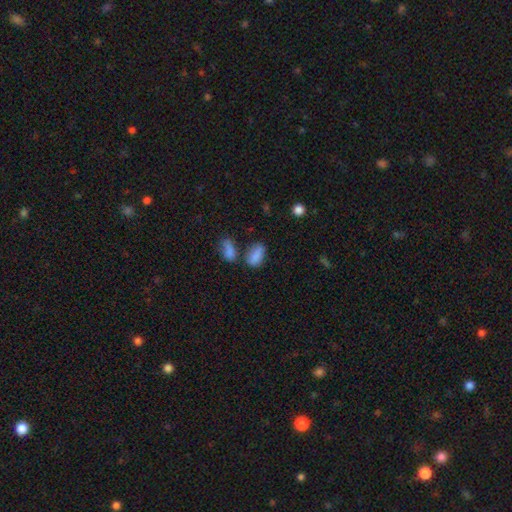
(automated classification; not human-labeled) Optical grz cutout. It shows a smooth galaxy with no disk features (83%) that is in between round and cigar-shaped (91%). Merging: none (51%).